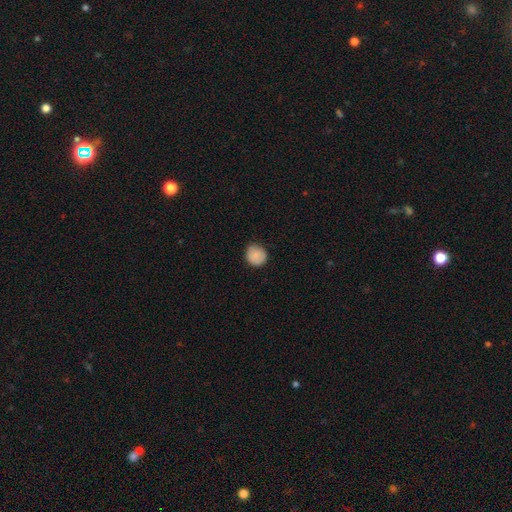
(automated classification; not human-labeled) Overall: smooth (86%). How rounded: round (90%). Merging: none (84%).